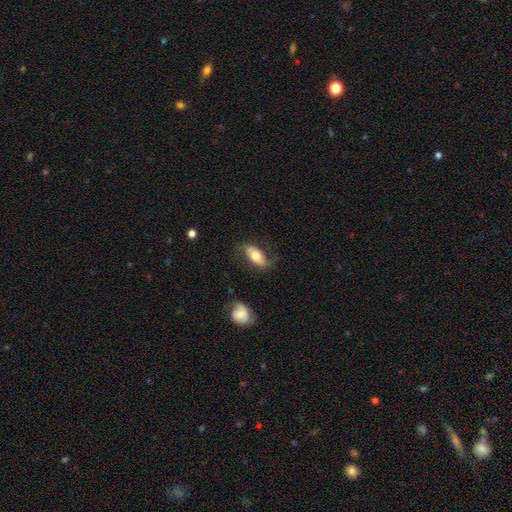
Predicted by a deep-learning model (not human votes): Smooth or featured? Predicted: smooth (p=0.57). How rounded? Predicted: in between (p=0.84). Merging? Predicted: none (p=0.67).